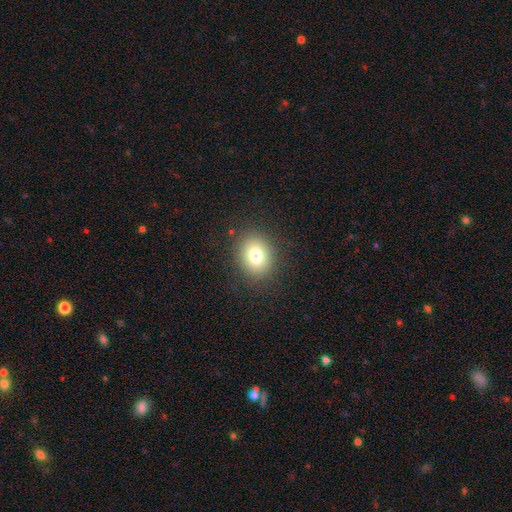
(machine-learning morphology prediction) smooth 78%, star or artifact 12%, featured or disk 10%. Down the decision tree: how rounded — round (62%); merging — none (87%).